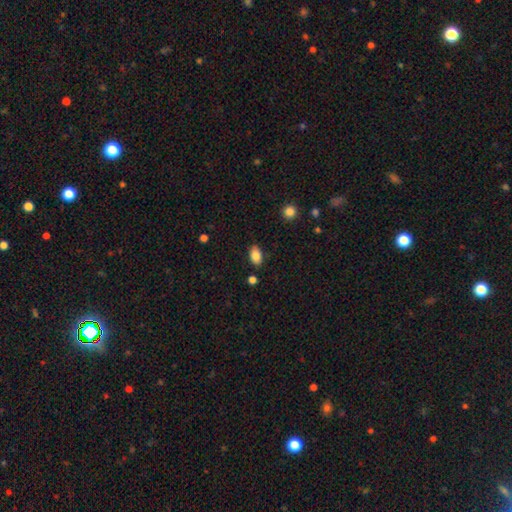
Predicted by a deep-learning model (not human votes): The model was most divided on "merging": none: 83%, minor disturbance: 12%, major disturbance: 3%, merger: 2%. More confident: how rounded — in between (91%); smooth or featured — smooth (86%).